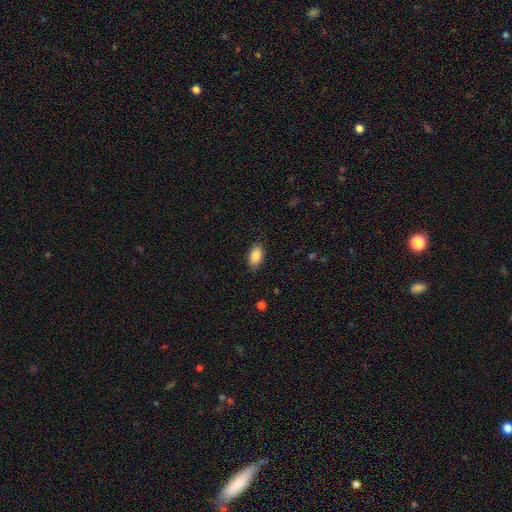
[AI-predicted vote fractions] A smooth galaxy with no disk features (88%) that is in between round and cigar-shaped (93%). Merging: none (83%).